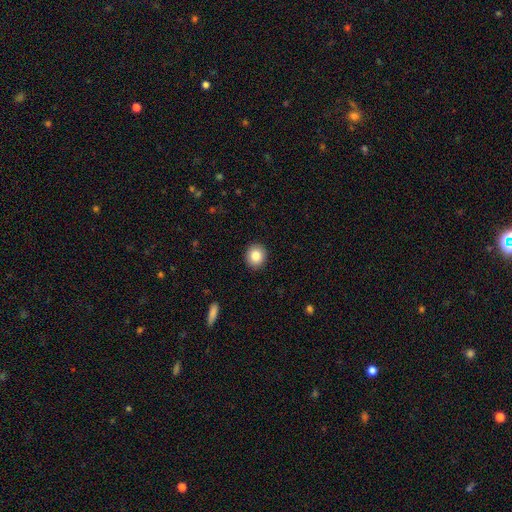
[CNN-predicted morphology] smooth 85%, star or artifact 9%, featured or disk 6%. Down the decision tree: how rounded — round (82%); merging — none (91%).